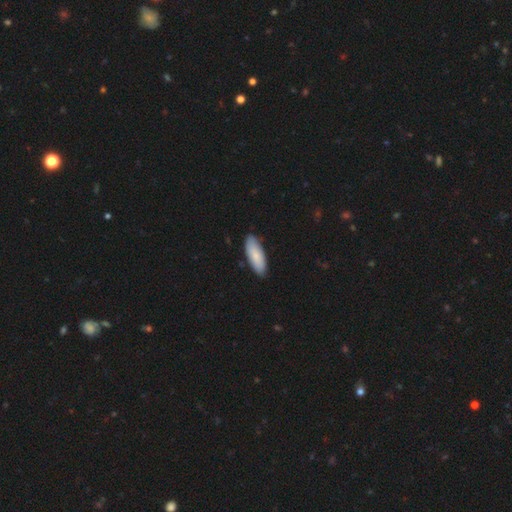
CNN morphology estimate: Smooth or featured?
  - smooth: 82% *
  - featured or disk: 13%
  - star or artifact: 5%
How rounded?
  - in between: 71% *
  - cigar-shaped: 27%
  - round: 2%
Merging?
  - none: 85% *
  - minor disturbance: 12%
  - major disturbance: 2%
  - merger: 1%